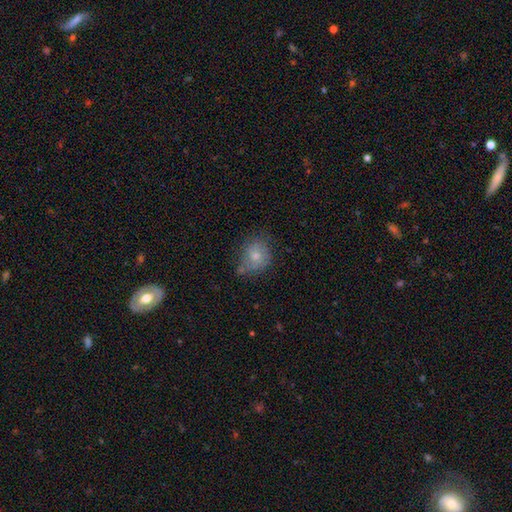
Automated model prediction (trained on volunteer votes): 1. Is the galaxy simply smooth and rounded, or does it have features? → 67% smooth, 23% featured or disk, 10% star or artifact.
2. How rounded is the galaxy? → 63% round, 36% in between, 1% cigar-shaped.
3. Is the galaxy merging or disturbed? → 52% none, 31% minor disturbance, 12% major disturbance, 6% merger.